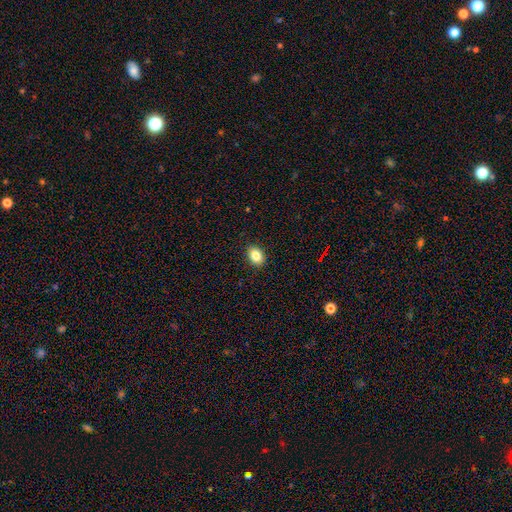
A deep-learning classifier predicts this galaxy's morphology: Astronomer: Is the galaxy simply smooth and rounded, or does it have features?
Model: smooth — 84%.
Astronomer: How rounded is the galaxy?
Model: in between — 71%.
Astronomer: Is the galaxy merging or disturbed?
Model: none — 90%.